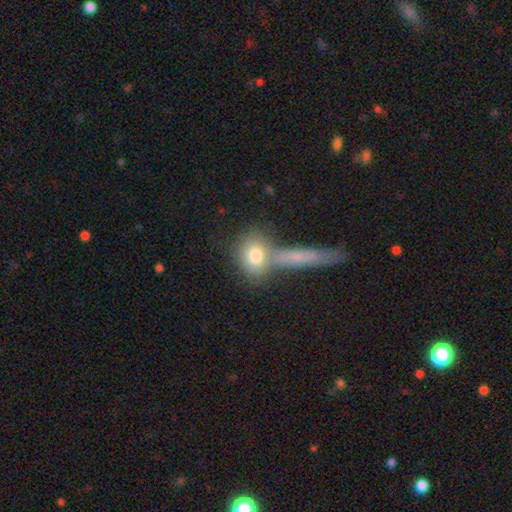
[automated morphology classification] A smooth galaxy with no disk features (77%) that is round (49%).

Vote fractions:
- Smooth or featured? smooth: 77% / featured or disk: 15% / star or artifact: 9%
- How rounded? round: 49% / in between: 42% / cigar-shaped: 9%
- Merging? none: 54% / merger: 30% / minor disturbance: 12% / major disturbance: 5%